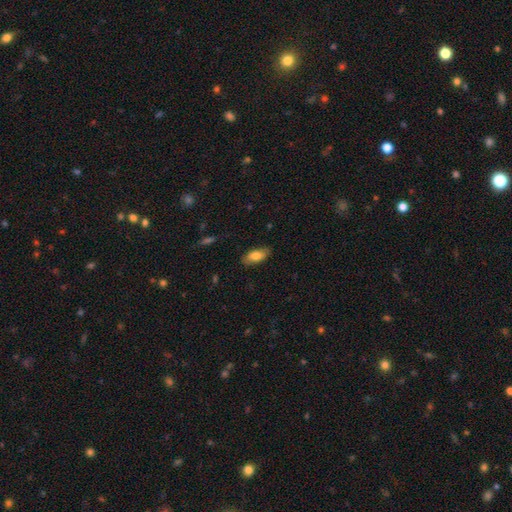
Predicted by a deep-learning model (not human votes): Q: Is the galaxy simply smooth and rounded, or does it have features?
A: smooth — 78%.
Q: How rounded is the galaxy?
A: in between — 87%.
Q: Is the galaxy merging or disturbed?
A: none — 80%.